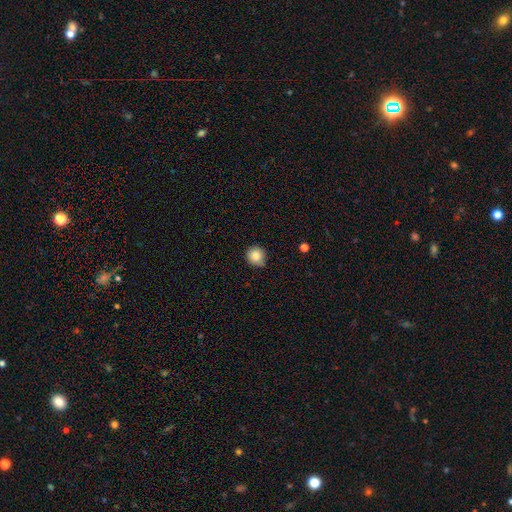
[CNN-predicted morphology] This is clearly a smooth galaxy (85%). How rounded: clearly round (91%). Merging: likely none (79%).